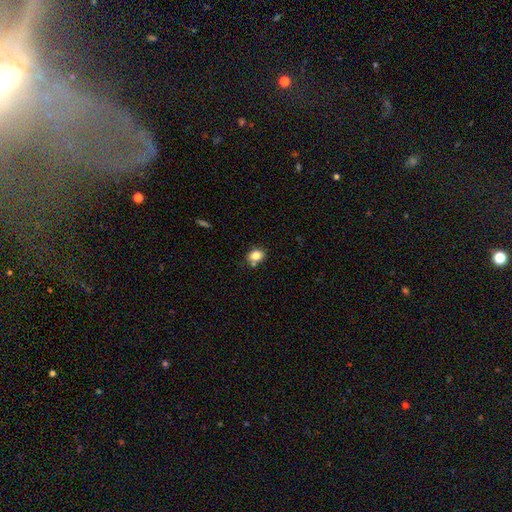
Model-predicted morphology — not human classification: A smooth galaxy with no disk features (82%) that is in between round and cigar-shaped (59%).

Vote fractions:
- Smooth or featured? smooth: 82% / star or artifact: 10% / featured or disk: 8%
- How rounded? in between: 59% / round: 40% / cigar-shaped: 1%
- Merging? none: 69% / minor disturbance: 15% / merger: 13% / major disturbance: 4%